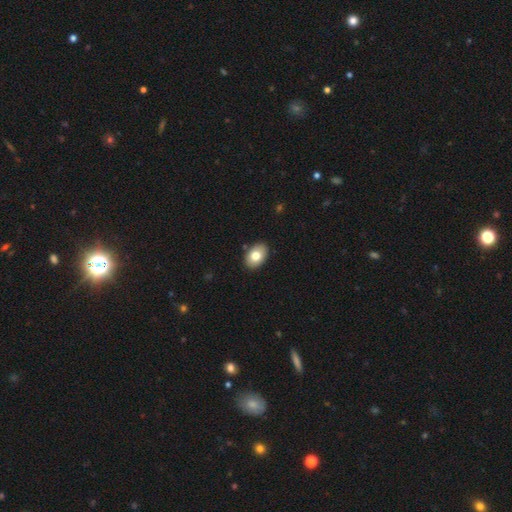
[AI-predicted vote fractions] The model was most divided on "smooth or featured": smooth: 78%, featured or disk: 15%, star or artifact: 7%. More confident: merging — none (88%); how rounded — in between (85%).